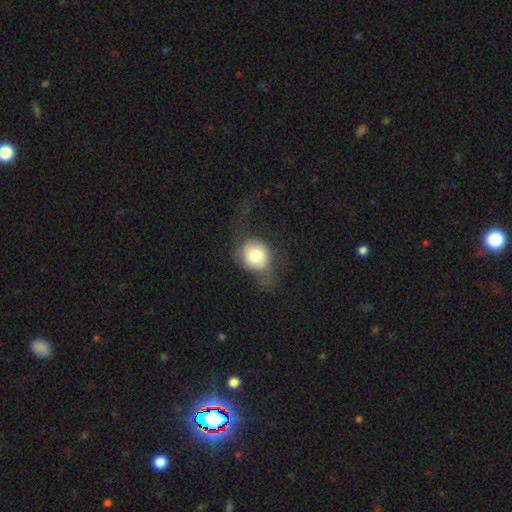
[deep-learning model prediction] This appears to be a smooth galaxy with no disk features (71%) that is round (67%). Merging: none (41%).